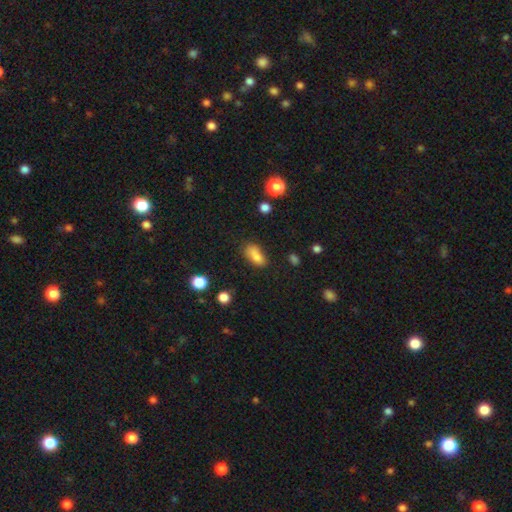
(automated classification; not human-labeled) Smooth or featured?
  - smooth: 79% *
  - star or artifact: 11%
  - featured or disk: 10%
How rounded?
  - in between: 84% *
  - cigar-shaped: 9%
  - round: 8%
Merging?
  - none: 54% *
  - minor disturbance: 23%
  - merger: 15%
  - major disturbance: 8%